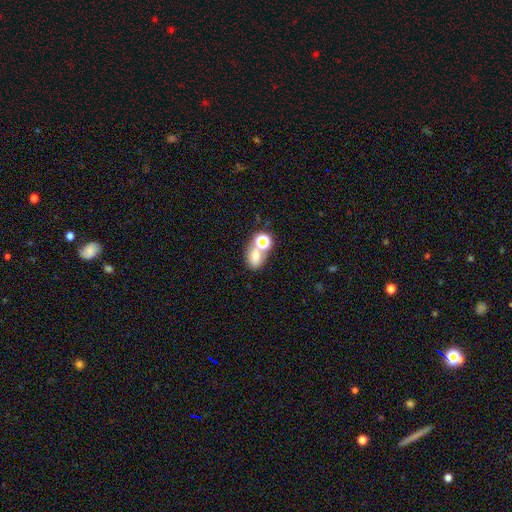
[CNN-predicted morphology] A smooth galaxy with no disk features (69%) that is in between round and cigar-shaped (54%).

Vote fractions:
- Smooth or featured? smooth: 69% / featured or disk: 16% / star or artifact: 15%
- How rounded? in between: 54% / round: 44% / cigar-shaped: 1%
- Merging? merger: 49% / none: 38% / minor disturbance: 8% / major disturbance: 5%